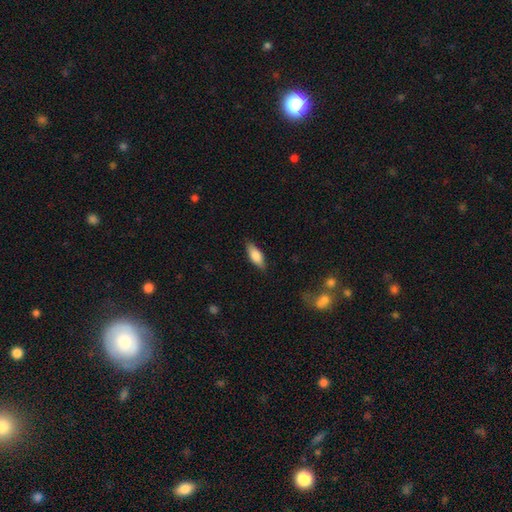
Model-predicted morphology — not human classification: The model was most divided on "how rounded": in between: 67%, cigar-shaped: 31%, round: 2%. More confident: merging — none (84%); smooth or featured — smooth (75%).